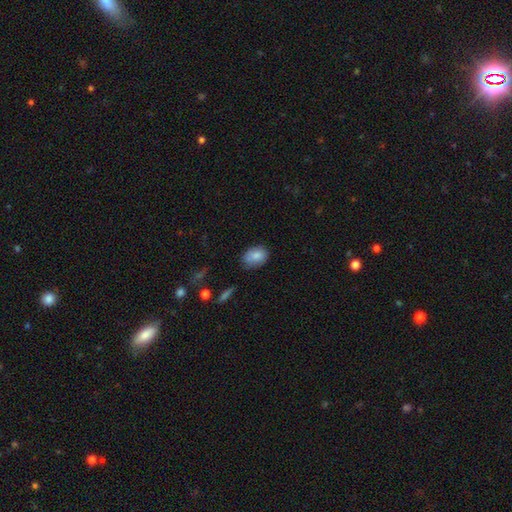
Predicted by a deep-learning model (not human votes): The model was most divided on "merging": none: 72%, minor disturbance: 22%, major disturbance: 4%, merger: 2%. More confident: smooth or featured — smooth (83%); how rounded — in between (76%).